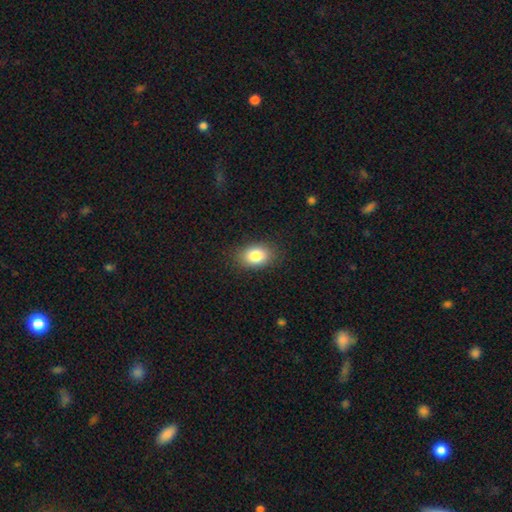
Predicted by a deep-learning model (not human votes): Smooth or featured? smooth (84%)
How rounded? in between (81%)
Merging? none (86%)